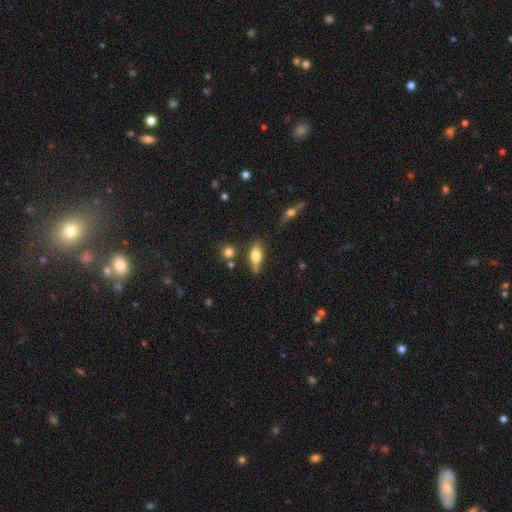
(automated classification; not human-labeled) This is possibly a smooth galaxy (58%). How rounded: likely in between (62%). Merging: likely none (62%).